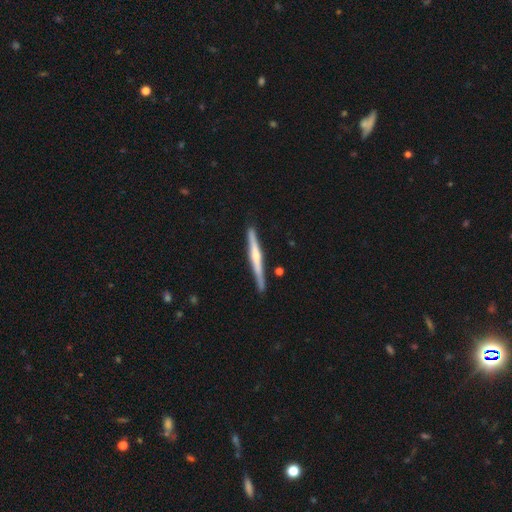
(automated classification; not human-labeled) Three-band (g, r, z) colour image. It shows a featured or disk galaxy (66%) viewed edge-on (98%) with a rounded central bulge (69%). Merging: none (87%).